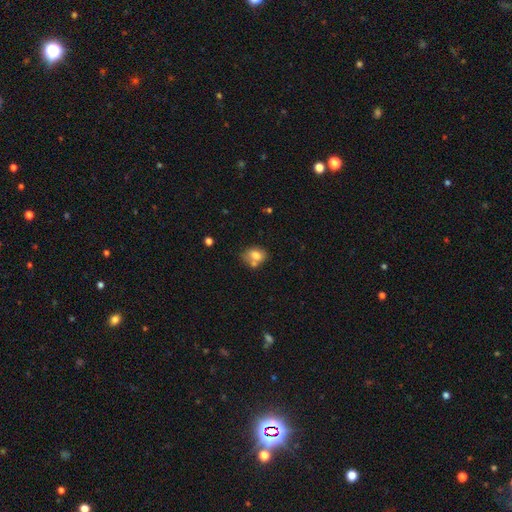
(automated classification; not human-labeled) A smooth galaxy with no disk features (75%) that is in between round and cigar-shaped (62%). Merging: none (47%).